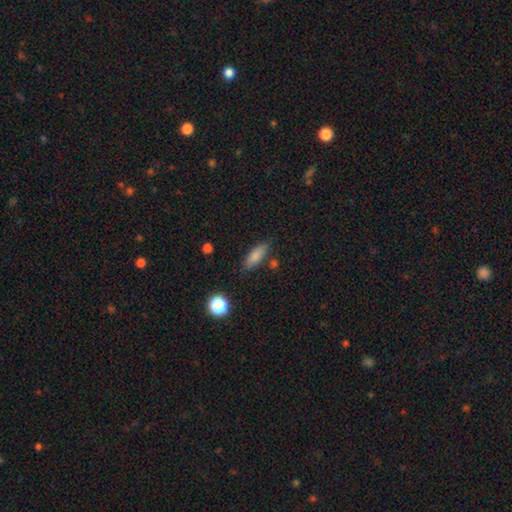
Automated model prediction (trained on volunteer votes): smooth-or-featured: smooth: 81% | featured or disk: 10% | star or artifact: 9%
  how-rounded: in between: 66% | cigar-shaped: 30% | round: 3%
  merging: none: 76% | minor disturbance: 16% | merger: 4% | major disturbance: 4%